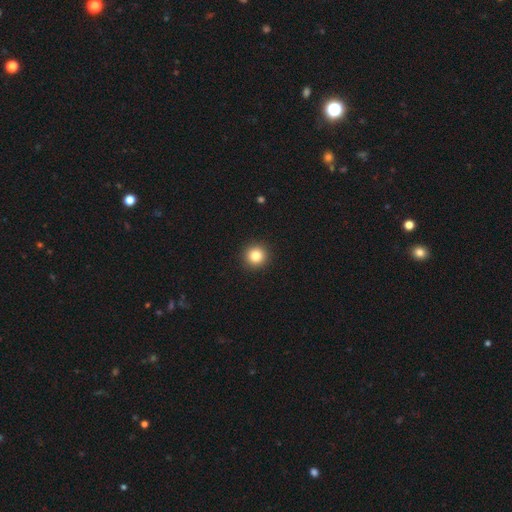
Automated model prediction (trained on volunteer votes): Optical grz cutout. It shows a smooth galaxy with no disk features (83%) that is round (95%). Merging: none (93%).